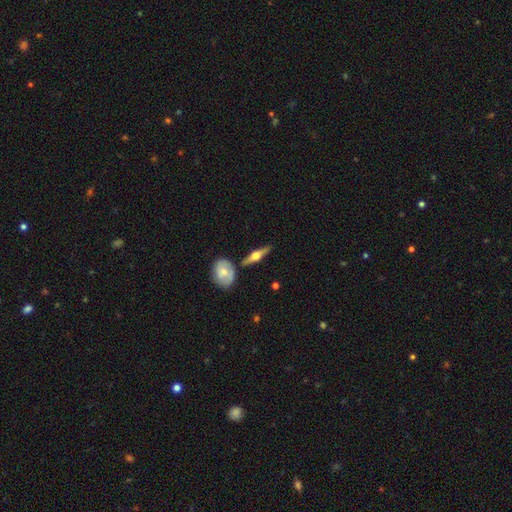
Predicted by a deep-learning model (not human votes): Morphology: type=featured or disk (68%); edge-on=yes (94%); edge-on bulge=rounded (94%); merging=none (80%).